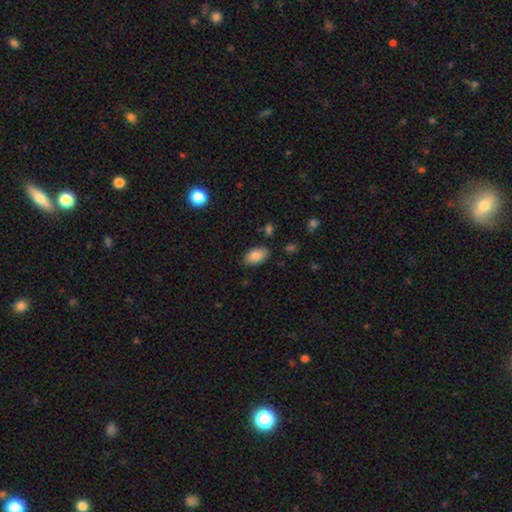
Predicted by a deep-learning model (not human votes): Q: Smooth or featured?
A: smooth (87%); runner-up: star or artifact (7%)
Q: How rounded?
A: in between (94%); runner-up: round (4%)
Q: Merging?
A: none (84%); runner-up: minor disturbance (11%)